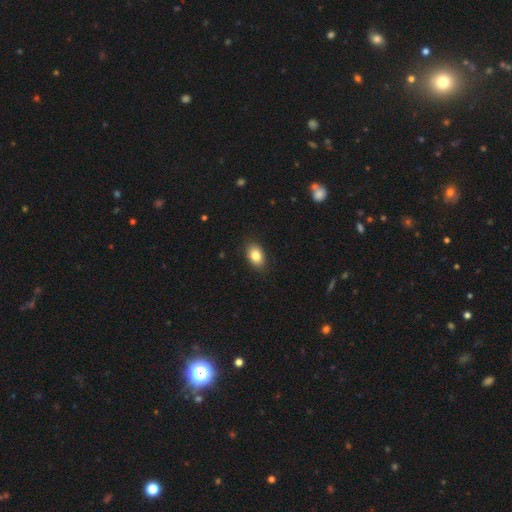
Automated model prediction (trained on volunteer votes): This appears to be a smooth galaxy with no disk features (84%) that is in between round and cigar-shaped (86%). Merging: none (87%).